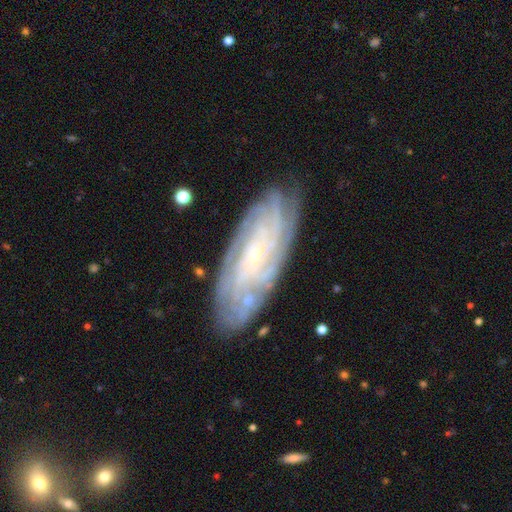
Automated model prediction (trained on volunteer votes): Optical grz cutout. It shows a featured or disk galaxy (83%) with no bar (73%), tight (77%) spiral arms (95%) and a small central bulge (84%). Merging: none (80%).